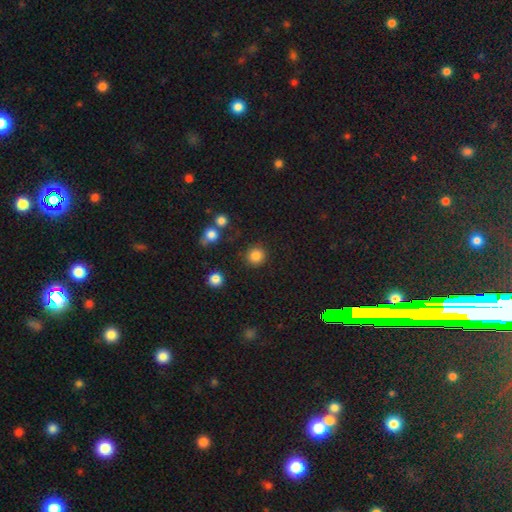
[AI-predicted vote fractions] Q: Smooth or featured?
A: smooth (84%); runner-up: star or artifact (12%)
Q: How rounded?
A: round (92%); runner-up: in between (7%)
Q: Merging?
A: none (87%); runner-up: minor disturbance (7%)